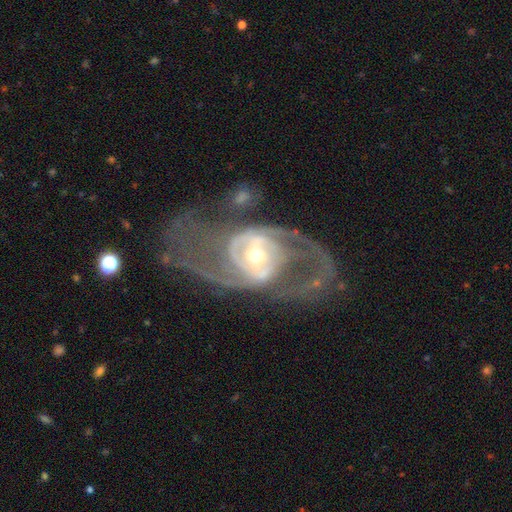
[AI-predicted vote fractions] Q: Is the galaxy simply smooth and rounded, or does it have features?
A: featured or disk — 89%.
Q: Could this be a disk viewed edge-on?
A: no — 96%.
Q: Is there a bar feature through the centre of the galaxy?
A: weak — 35%.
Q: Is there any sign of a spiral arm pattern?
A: yes — 92%.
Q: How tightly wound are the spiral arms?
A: medium — 48%.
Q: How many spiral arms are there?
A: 2 — 79%.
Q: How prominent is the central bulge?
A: moderate — 52%.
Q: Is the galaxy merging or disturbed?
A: none — 49%.